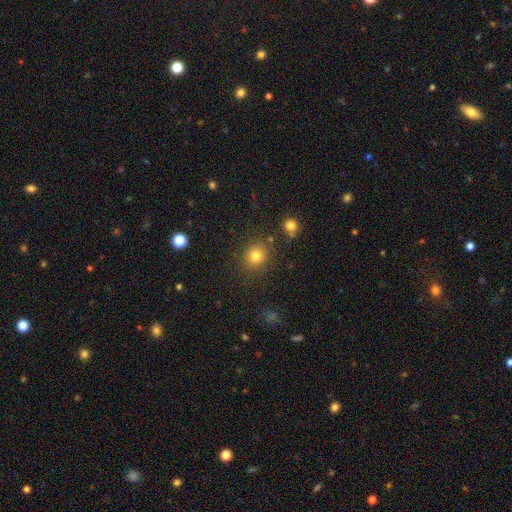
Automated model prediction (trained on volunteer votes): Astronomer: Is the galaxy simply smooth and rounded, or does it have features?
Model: smooth — 80%.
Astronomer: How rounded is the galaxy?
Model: round — 84%.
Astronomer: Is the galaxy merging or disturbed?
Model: none — 84%.